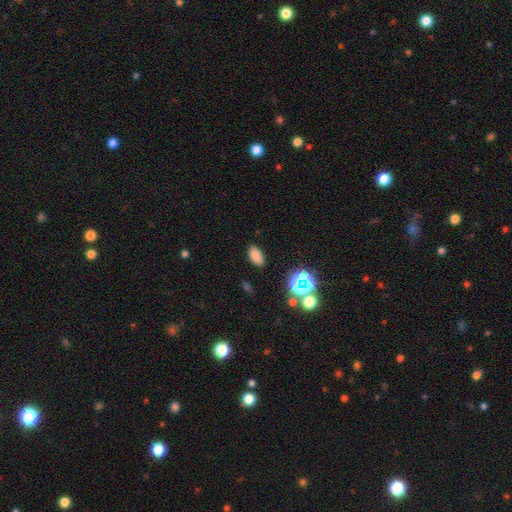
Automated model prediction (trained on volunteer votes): Morphology: type=smooth (77%); roundness=in between (91%); merging=none (87%).